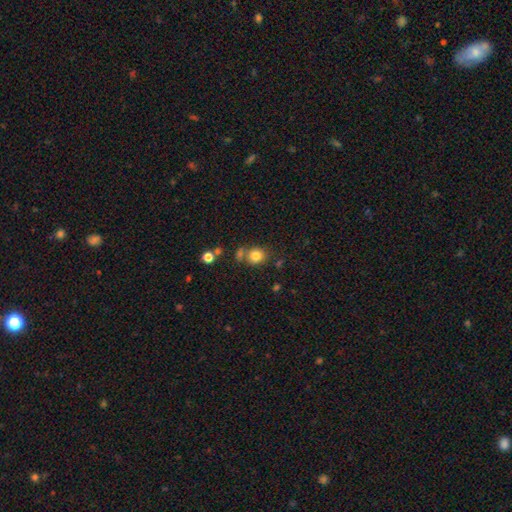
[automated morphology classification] Smooth or featured? smooth (82%)
How rounded? round (77%)
Merging? none (64%)